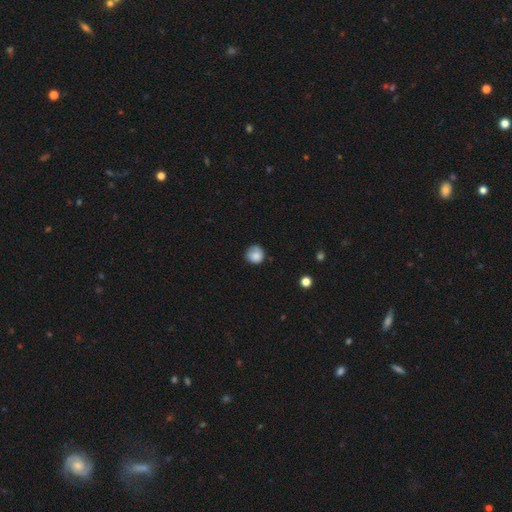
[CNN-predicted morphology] This appears to be a smooth galaxy with no disk features (83%) that is round (89%). Merging: none (68%).